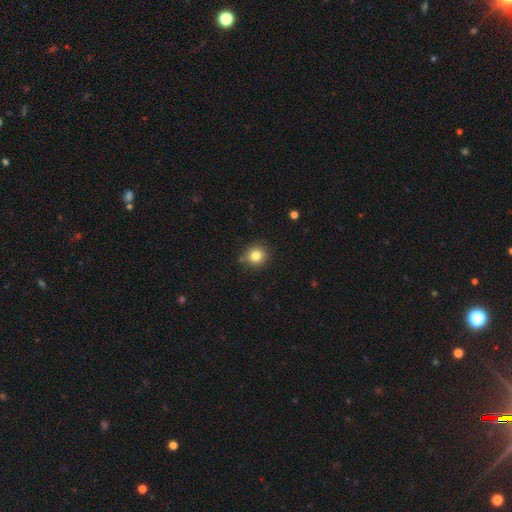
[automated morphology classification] A smooth galaxy with no disk features (82%) that is round (90%). Merging: none (82%).